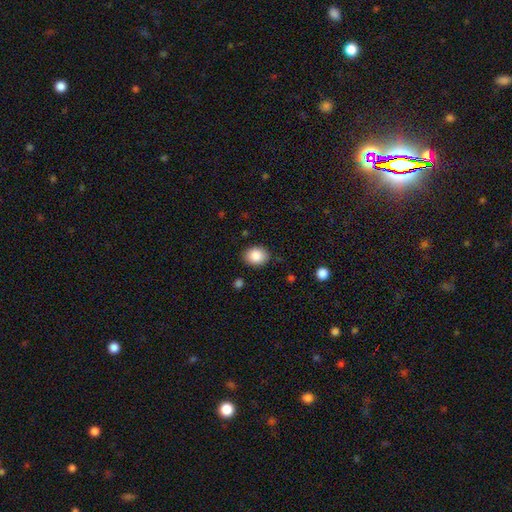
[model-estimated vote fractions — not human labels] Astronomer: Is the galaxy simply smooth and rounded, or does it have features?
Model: smooth — 87%.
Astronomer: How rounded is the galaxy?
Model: in between — 50% (runner-up: round, 49%).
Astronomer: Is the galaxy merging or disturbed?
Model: none — 87%.